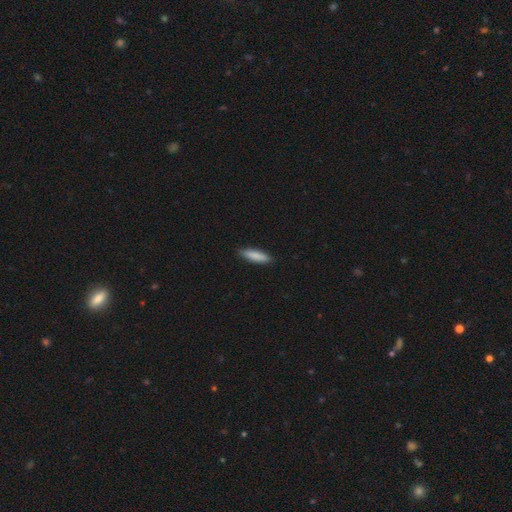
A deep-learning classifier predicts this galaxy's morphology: This is clearly a smooth galaxy (86%). How rounded: likely cigar-shaped (70%). Merging: clearly none (89%).